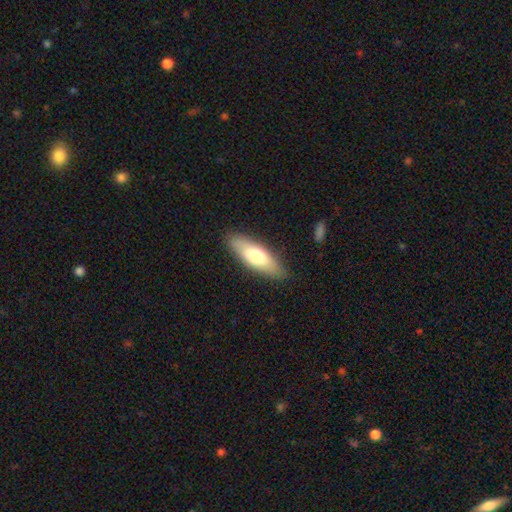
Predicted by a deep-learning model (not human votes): This is likely a smooth galaxy (70%). How rounded: possibly in between (56%). Merging: clearly none (86%).